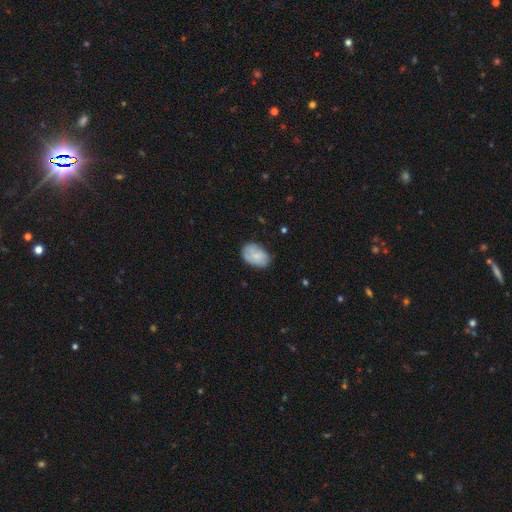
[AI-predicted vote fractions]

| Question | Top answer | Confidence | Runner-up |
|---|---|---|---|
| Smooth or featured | smooth | 73% | featured or disk (20%) |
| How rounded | in between | 86% | round (13%) |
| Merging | none | 65% | minor disturbance (27%) |